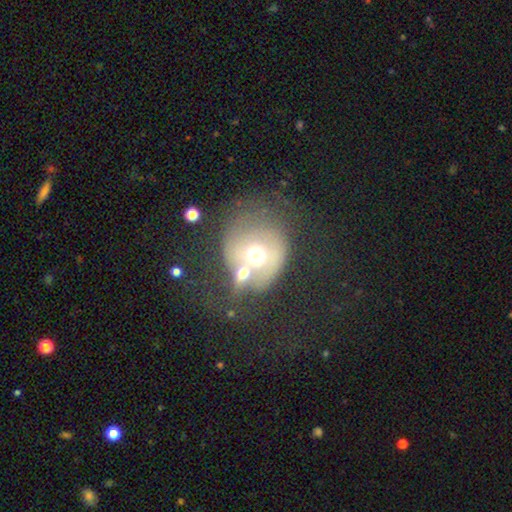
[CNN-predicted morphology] This appears to be a smooth galaxy with no disk features (47%). Merging: merger (40%).